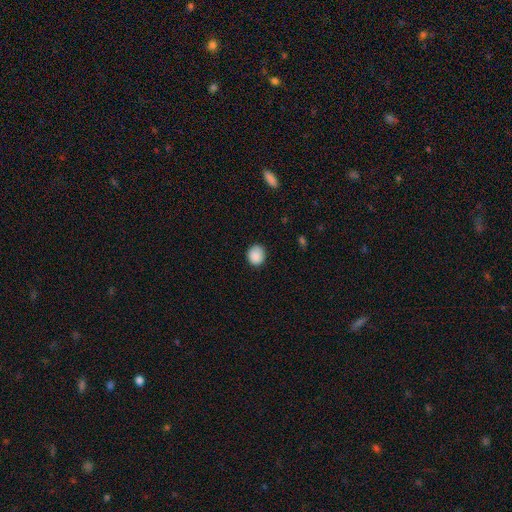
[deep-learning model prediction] smooth_or_featured: smooth (p=0.89) [alt: star or artifact p=0.08]
how_rounded: round (p=0.75) [alt: in between p=0.24]
merging: none (p=0.83) [alt: minor disturbance p=0.13]